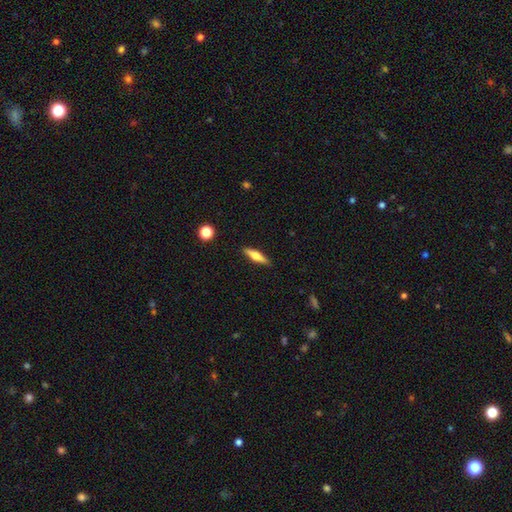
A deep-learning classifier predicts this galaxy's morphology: smooth-or-featured: smooth: 49% | featured or disk: 44% | star or artifact: 7%
  merging: none: 88% | minor disturbance: 8% | major disturbance: 2% | merger: 1%